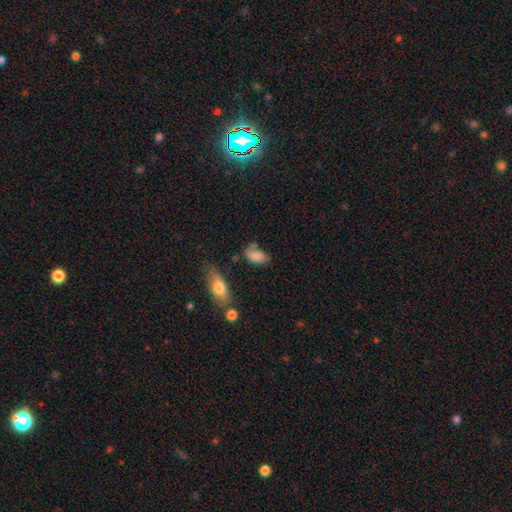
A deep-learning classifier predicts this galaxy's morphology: Smooth or featured?
  - smooth: 82% *
  - featured or disk: 9%
  - star or artifact: 9%
How rounded?
  - in between: 90% *
  - round: 6%
  - cigar-shaped: 4%
Merging?
  - none: 51% *
  - minor disturbance: 28%
  - merger: 12%
  - major disturbance: 9%